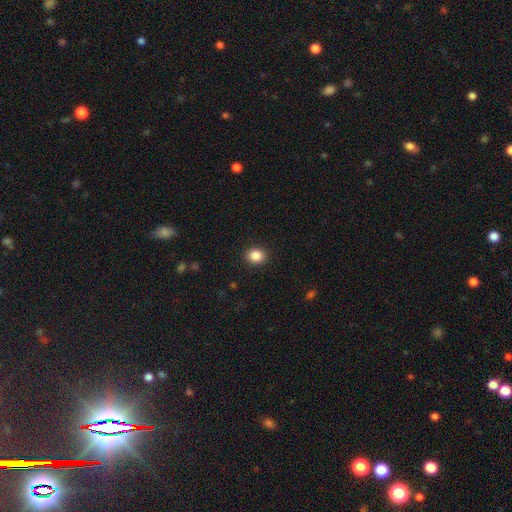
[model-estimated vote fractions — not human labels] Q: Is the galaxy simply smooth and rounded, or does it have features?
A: smooth — 86%.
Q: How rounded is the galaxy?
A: round — 57%.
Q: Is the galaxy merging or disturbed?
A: none — 90%.